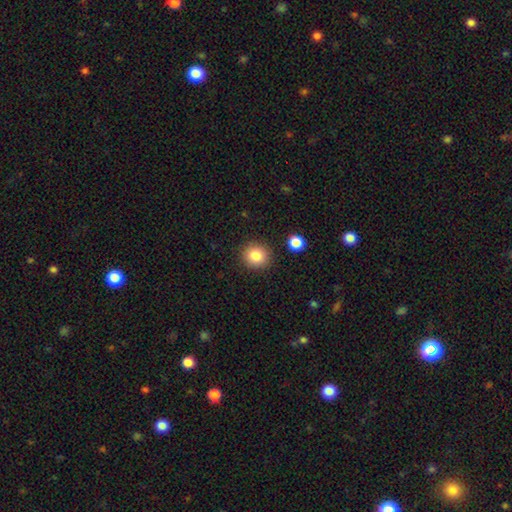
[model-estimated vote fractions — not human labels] Smooth or featured: smooth — 85% (star or artifact — 10%)
How rounded: round — 86% (in between — 13%)
Merging: none — 88% (minor disturbance — 7%)